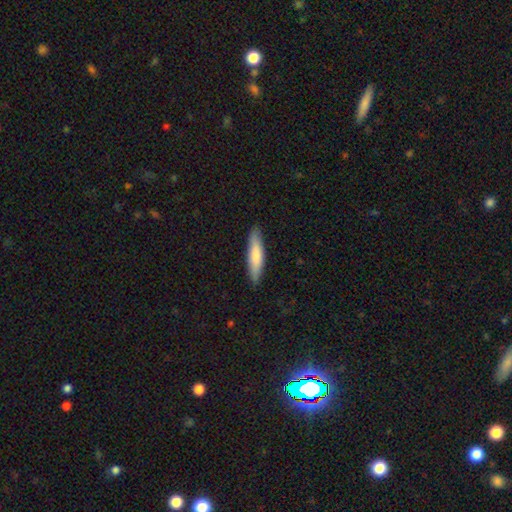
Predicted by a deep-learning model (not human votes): smooth_or_featured: smooth (p=0.75) [alt: featured or disk p=0.20]
how_rounded: cigar-shaped (p=0.79) [alt: in between p=0.19]
merging: none (p=0.87) [alt: minor disturbance p=0.11]